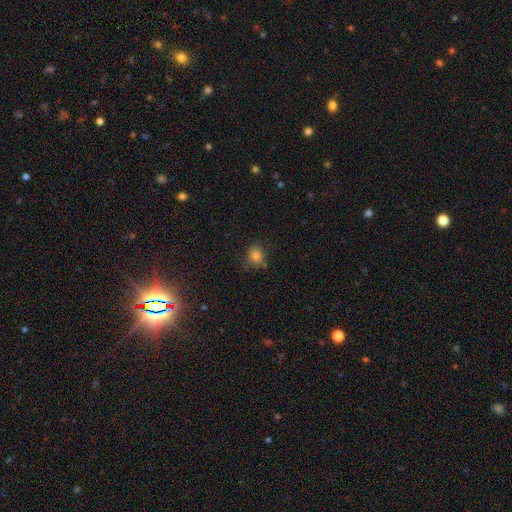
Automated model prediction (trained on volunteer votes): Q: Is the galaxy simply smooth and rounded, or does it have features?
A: smooth — 81%.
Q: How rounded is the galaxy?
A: round — 61%.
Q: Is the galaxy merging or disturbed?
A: none — 72%.